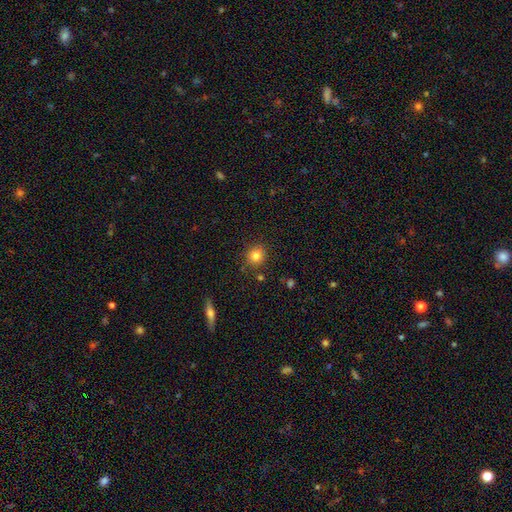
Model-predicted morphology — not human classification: smooth_or_featured: smooth (p=0.82) [alt: star or artifact p=0.11]
how_rounded: round (p=0.84) [alt: in between p=0.15]
merging: none (p=0.85) [alt: minor disturbance p=0.09]